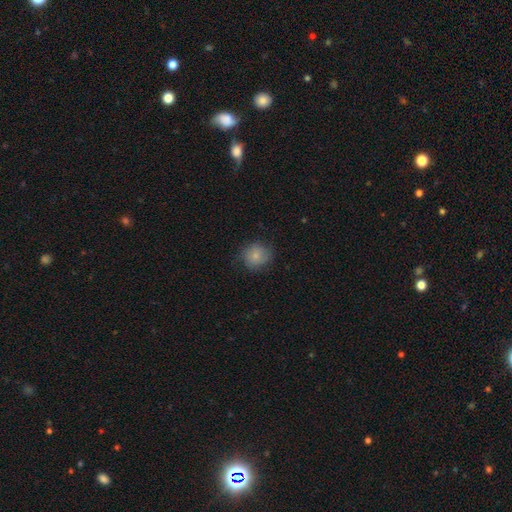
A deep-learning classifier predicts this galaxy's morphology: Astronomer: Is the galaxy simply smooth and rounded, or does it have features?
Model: smooth — 81%.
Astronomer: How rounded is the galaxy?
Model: round — 86%.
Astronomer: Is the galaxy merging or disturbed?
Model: none — 76%.